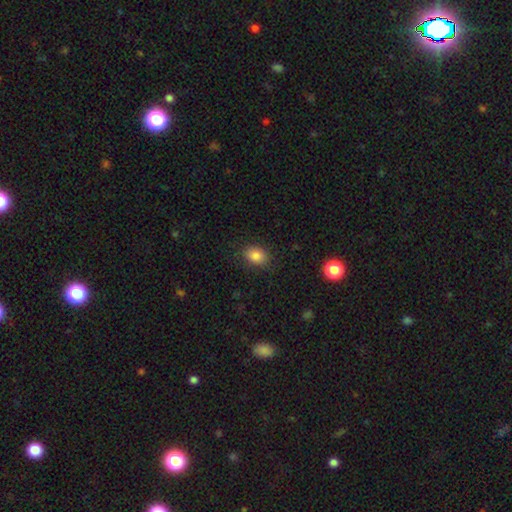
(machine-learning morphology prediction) smooth_or_featured: smooth (p=0.85) [alt: star or artifact p=0.09]
how_rounded: in between (p=0.72) [alt: round p=0.27]
merging: none (p=0.85) [alt: minor disturbance p=0.11]